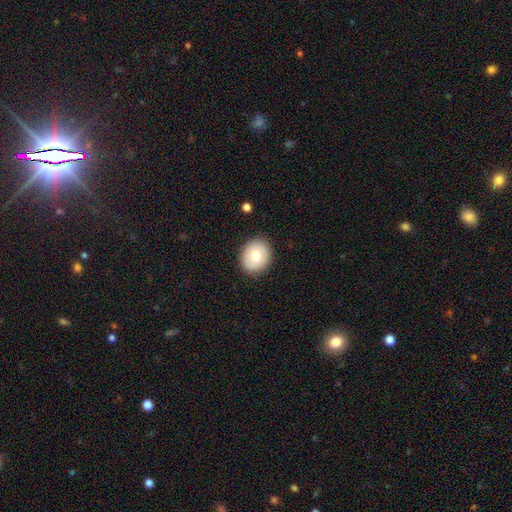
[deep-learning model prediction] Overall: smooth (69%). How rounded: round (70%). Merging: none (88%).